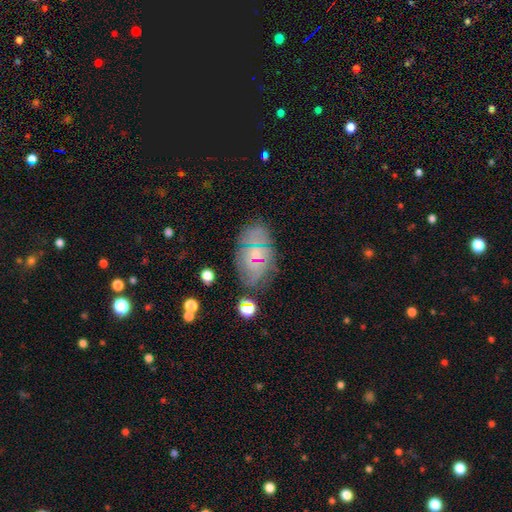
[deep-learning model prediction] This appears to be a featured or disk galaxy (50%). Merging: none (69%).